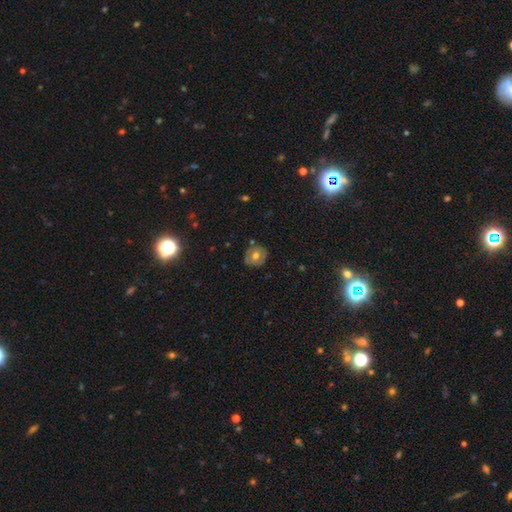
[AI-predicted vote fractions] Smooth or featured? Predicted: smooth (p=0.56). How rounded? Predicted: round (p=0.82). Merging? Predicted: none (p=0.80).